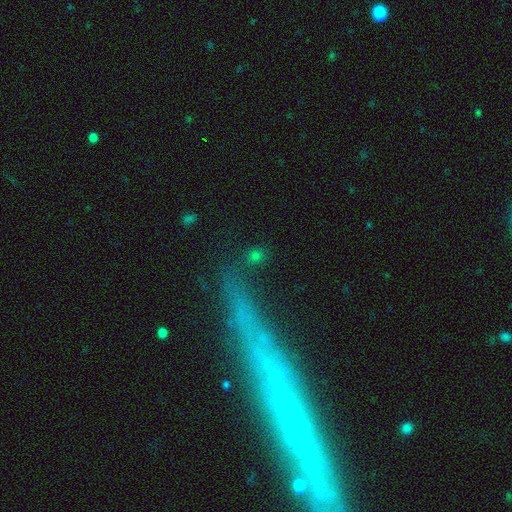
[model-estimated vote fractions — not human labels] Smooth or featured?
  - smooth: 64% *
  - star or artifact: 27%
  - featured or disk: 9%
How rounded?
  - round: 71% *
  - in between: 24%
  - cigar-shaped: 5%
Merging?
  - none: 67% *
  - merger: 13%
  - minor disturbance: 12%
  - major disturbance: 9%